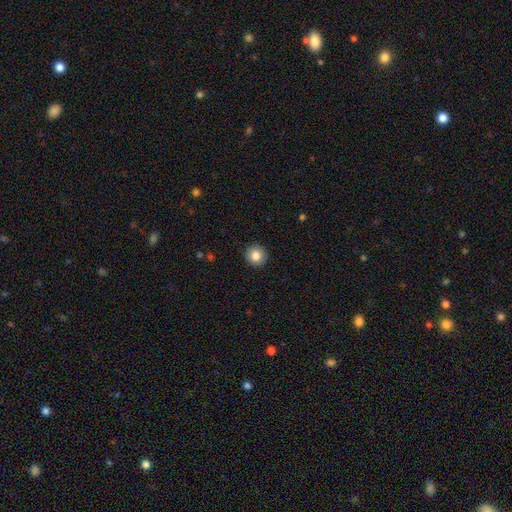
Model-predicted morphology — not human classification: Smooth or featured: smooth — 84% (star or artifact — 9%)
How rounded: round — 94% (in between — 5%)
Merging: none — 92% (minor disturbance — 5%)